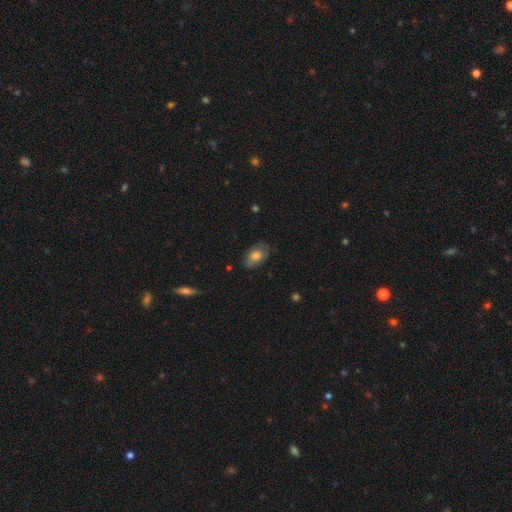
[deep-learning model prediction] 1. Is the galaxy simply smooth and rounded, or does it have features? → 68% smooth, 24% featured or disk, 8% star or artifact.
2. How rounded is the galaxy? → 88% in between, 11% round, 2% cigar-shaped.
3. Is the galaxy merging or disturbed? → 69% none, 23% minor disturbance, 7% major disturbance, 1% merger.